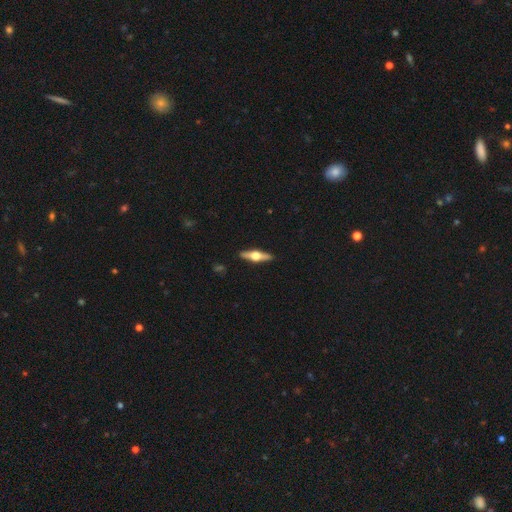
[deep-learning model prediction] A featured or disk galaxy (70%) viewed edge-on (96%) with a rounded central bulge (95%). Merging: none (90%).